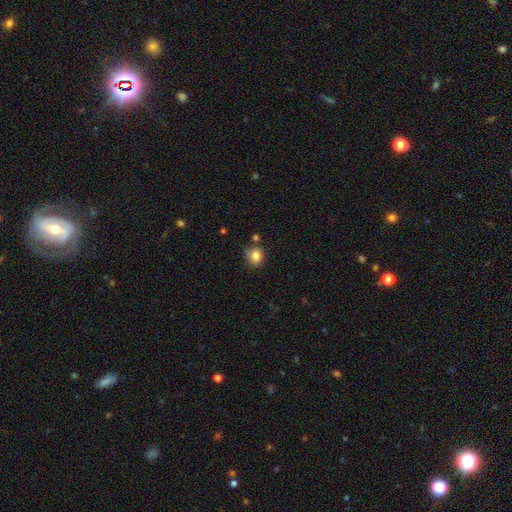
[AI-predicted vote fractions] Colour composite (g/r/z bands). It shows a smooth galaxy with no disk features (82%) that is round (77%). Merging: none (66%).